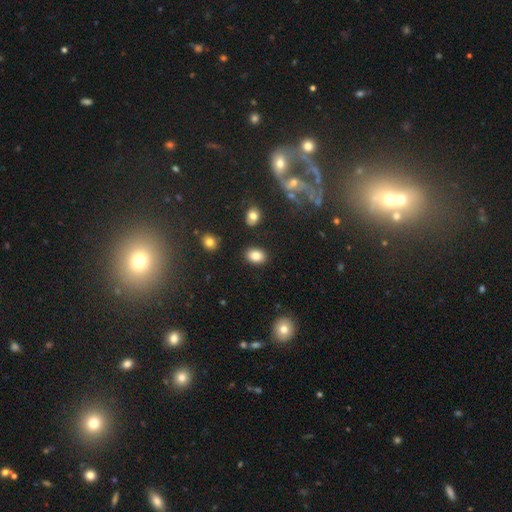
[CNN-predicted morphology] smooth_or_featured: smooth (p=0.84) [alt: star or artifact p=0.09]
how_rounded: in between (p=0.75) [alt: round p=0.24]
merging: none (p=0.86) [alt: minor disturbance p=0.09]